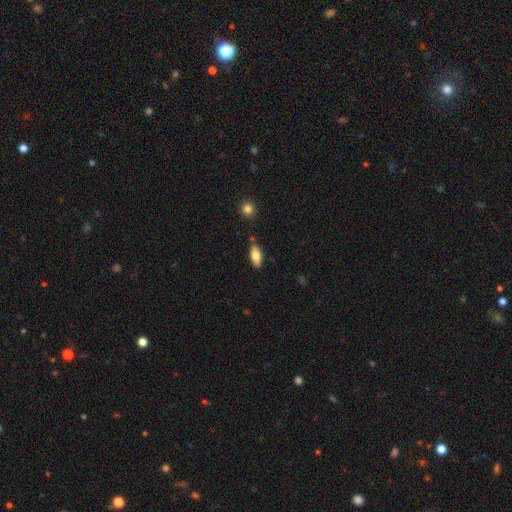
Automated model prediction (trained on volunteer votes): smooth 76%, featured or disk 18%, star or artifact 7%. Down the decision tree: how rounded — in between (82%); merging — none (82%).